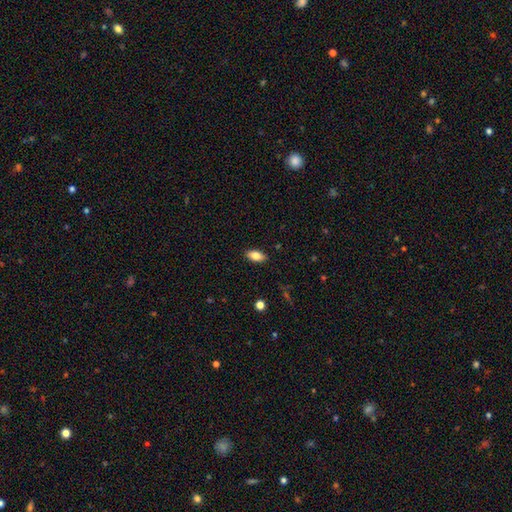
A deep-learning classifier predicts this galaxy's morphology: Overall: smooth (82%). How rounded: in between (91%). Merging: none (89%).